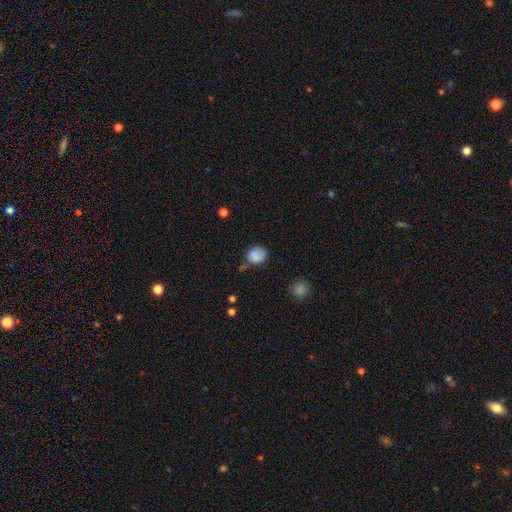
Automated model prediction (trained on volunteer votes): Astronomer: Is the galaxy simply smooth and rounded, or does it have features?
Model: smooth — 83%.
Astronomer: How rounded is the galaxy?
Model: round — 73%.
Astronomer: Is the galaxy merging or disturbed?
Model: none — 60%.